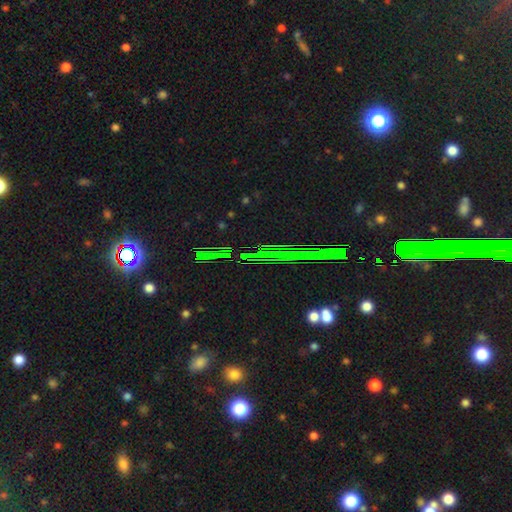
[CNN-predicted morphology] Q: Smooth or featured?
A: star or artifact (68%); runner-up: featured or disk (17%)